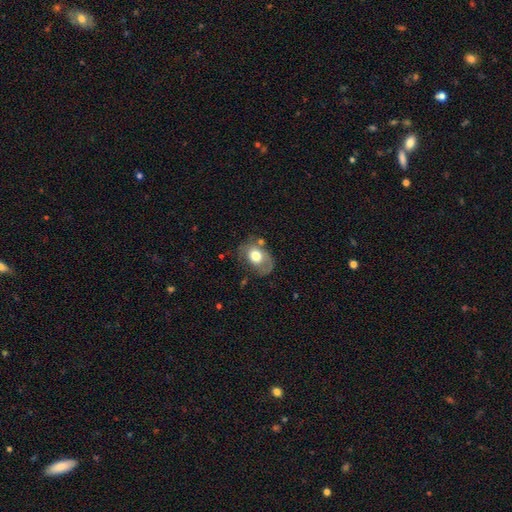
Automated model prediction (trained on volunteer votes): Overall: smooth (60%; featured or disk 32%). How rounded: in between (69%; round 30%). Merging: none (46%; minor disturbance 29%).